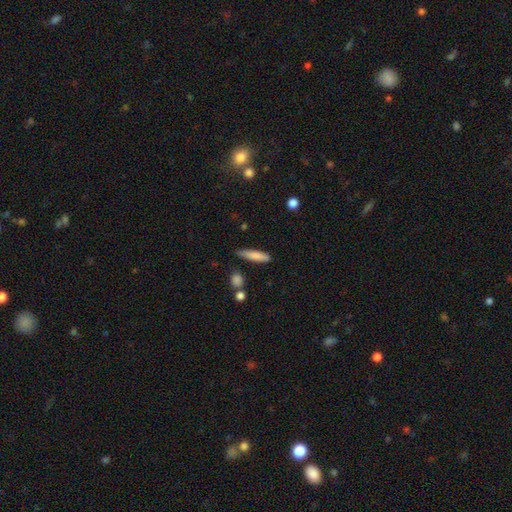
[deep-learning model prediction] Morphology: type=smooth (81%); roundness=cigar-shaped (77%); merging=none (69%).